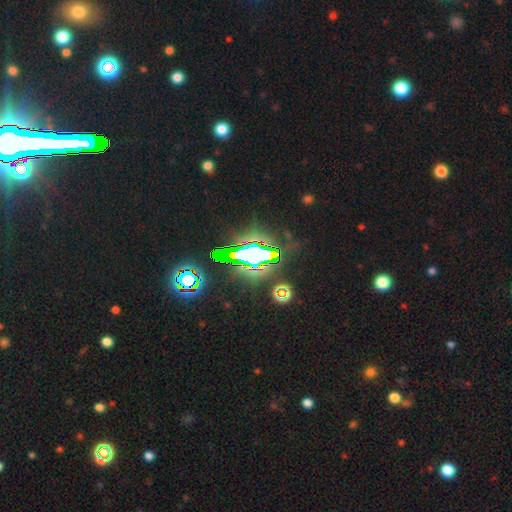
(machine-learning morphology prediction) The model was most divided on "smooth or featured": star or artifact: 72%, featured or disk: 15%, smooth: 13%.